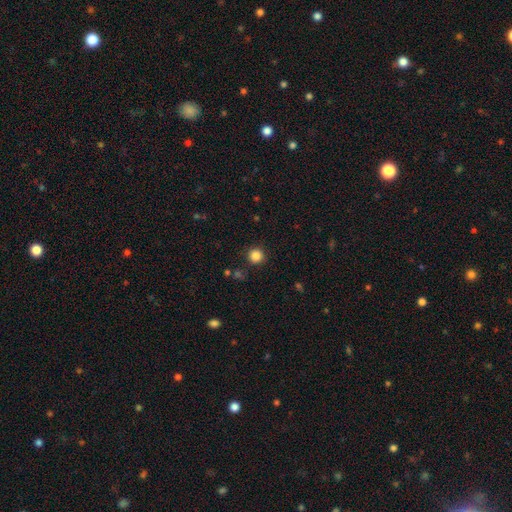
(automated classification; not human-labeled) Smooth or featured: smooth — 85% (star or artifact — 11%)
How rounded: round — 95% (in between — 4%)
Merging: none — 90% (minor disturbance — 6%)